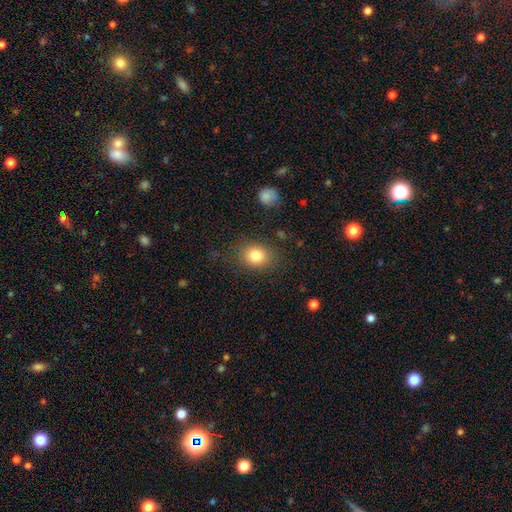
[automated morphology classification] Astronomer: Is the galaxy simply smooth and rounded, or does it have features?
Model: smooth — 82%.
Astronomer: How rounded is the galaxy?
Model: round — 51% (runner-up: in between, 48%).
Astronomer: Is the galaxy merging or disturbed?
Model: none — 80%.